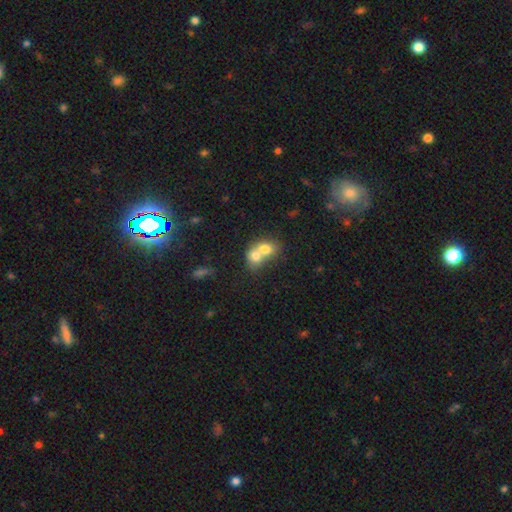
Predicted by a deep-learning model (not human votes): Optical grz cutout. It shows a smooth galaxy with no disk features (71%) that is round (53%). Merging: merger (76%).